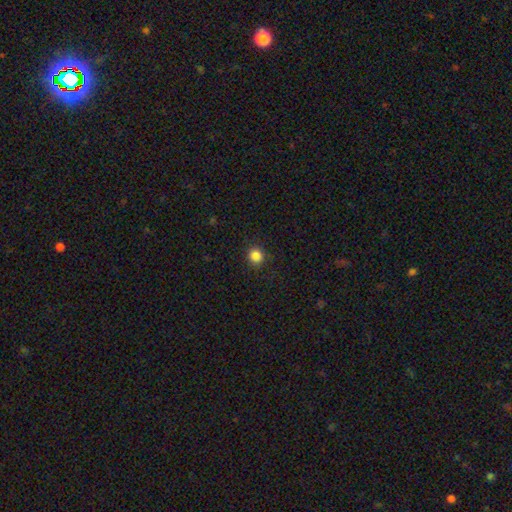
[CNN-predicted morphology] Smooth or featured? smooth (85%)
How rounded? round (91%)
Merging? none (89%)